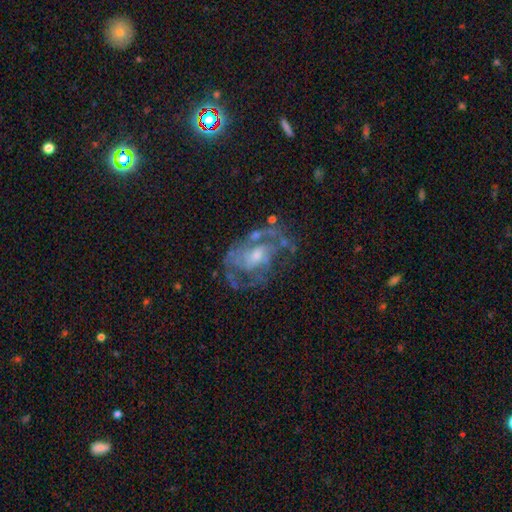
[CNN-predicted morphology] This is clearly a featured or disk galaxy (80%). It is clearly not viewed edge-on (97%). Bar: possibly no (58%). Spiral arm pattern: likely yes (74%). Spiral arm count: marginally 2 (38%). Spiral winding: marginally medium (45%). Central bulge: possibly moderate (46%). Merging: possibly none (49%).